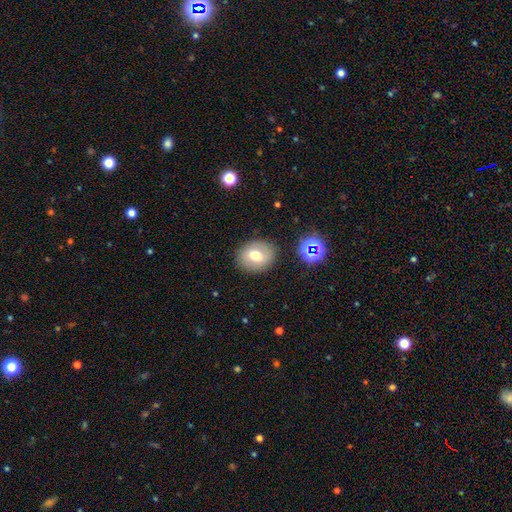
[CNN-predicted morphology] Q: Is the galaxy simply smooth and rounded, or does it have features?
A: smooth — 59%.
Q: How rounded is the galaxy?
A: round — 60%.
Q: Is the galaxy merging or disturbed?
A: none — 84%.